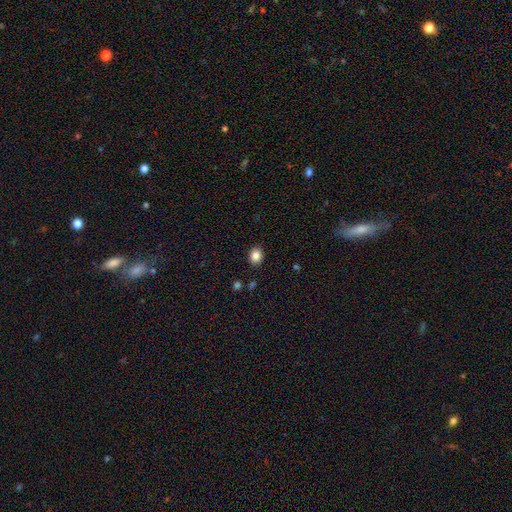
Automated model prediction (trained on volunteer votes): Smooth or featured: smooth — 85% (star or artifact — 10%)
How rounded: in between — 50% (round — 49%)
Merging: none — 89% (minor disturbance — 8%)